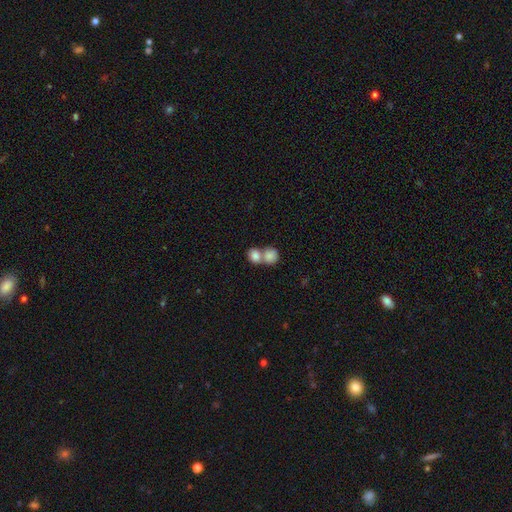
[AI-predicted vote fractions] A smooth galaxy with no disk features (83%) that is round (70%).

Vote fractions:
- Smooth or featured? smooth: 83% / featured or disk: 9% / star or artifact: 8%
- How rounded? round: 70% / in between: 29% / cigar-shaped: 1%
- Merging? merger: 63% / none: 29% / minor disturbance: 6% / major disturbance: 3%